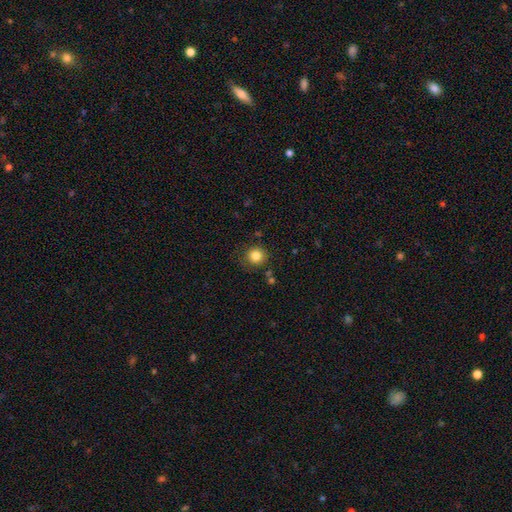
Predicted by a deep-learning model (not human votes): smooth-or-featured: smooth: 83% | star or artifact: 11% | featured or disk: 6%
  how-rounded: round: 93% | in between: 6% | cigar-shaped: 1%
  merging: none: 84% | minor disturbance: 10% | major disturbance: 3% | merger: 3%